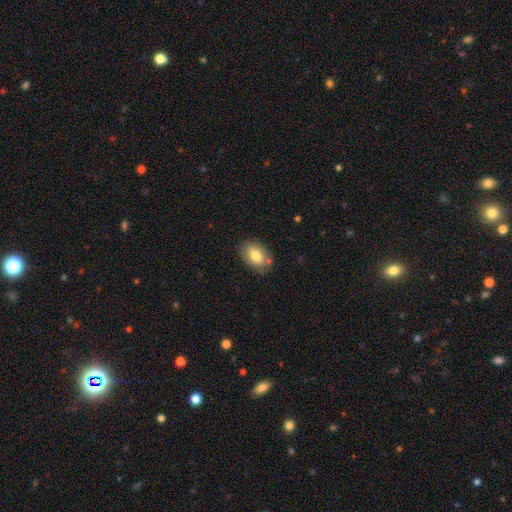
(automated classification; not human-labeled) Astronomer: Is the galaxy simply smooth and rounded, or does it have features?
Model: smooth — 78%.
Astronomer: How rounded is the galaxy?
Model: in between — 89%.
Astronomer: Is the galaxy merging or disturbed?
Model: none — 77%.